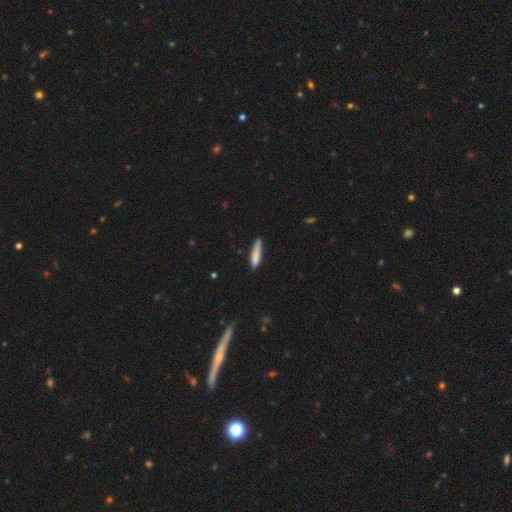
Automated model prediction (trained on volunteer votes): smooth 79%, featured or disk 15%, star or artifact 6%. Down the decision tree: how rounded — cigar-shaped (84%); merging — none (72%).